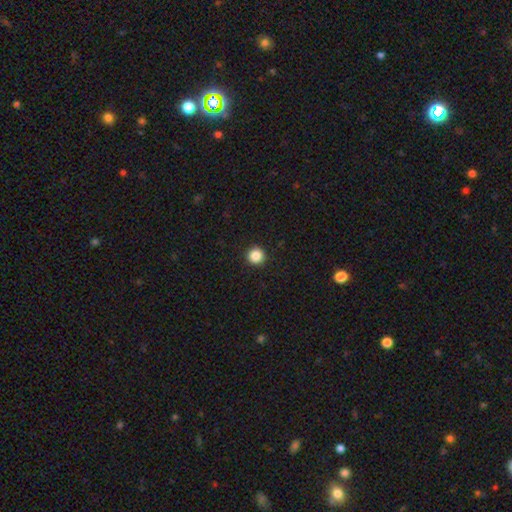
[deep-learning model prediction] Overall: smooth (87%). How rounded: round (96%). Merging: none (93%).